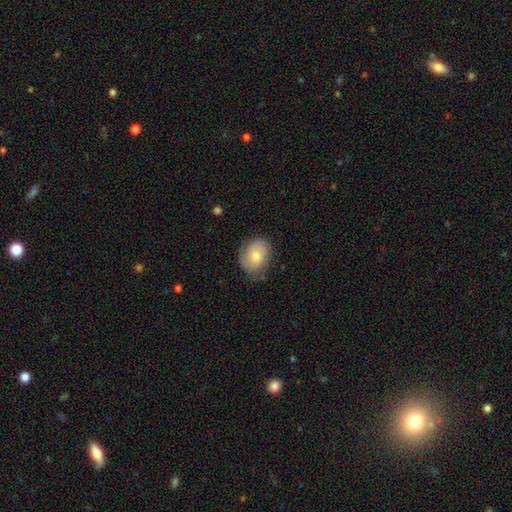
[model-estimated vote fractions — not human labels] Smooth or featured: smooth — 61% (featured or disk — 32%)
How rounded: in between — 59% (round — 40%)
Merging: none — 64% (minor disturbance — 28%)